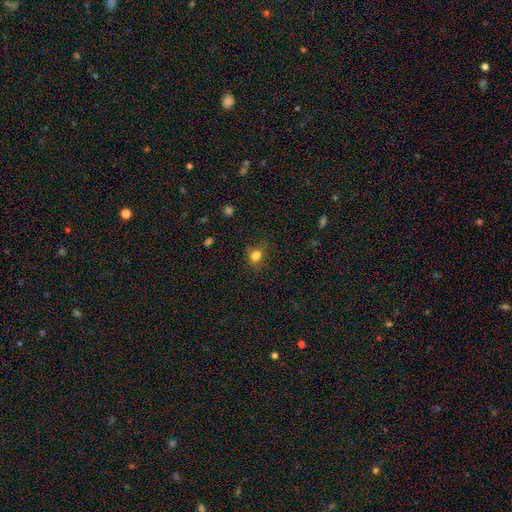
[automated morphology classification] A smooth galaxy with no disk features (78%) that is round (50%).

Vote fractions:
- Smooth or featured? smooth: 78% / star or artifact: 16% / featured or disk: 6%
- How rounded? round: 50% / in between: 48% / cigar-shaped: 2%
- Merging? none: 66% / minor disturbance: 21% / major disturbance: 8% / merger: 5%